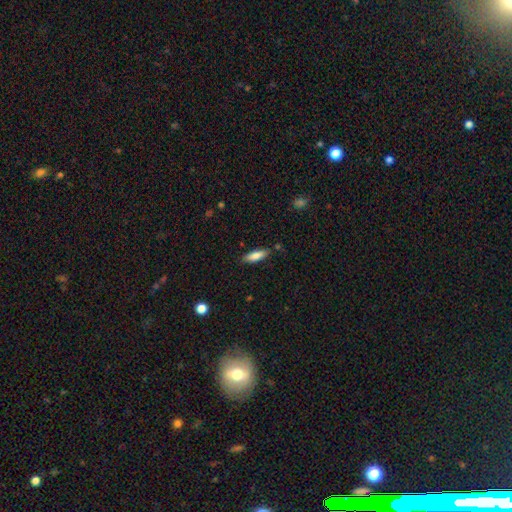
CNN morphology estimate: This appears to be a smooth galaxy with no disk features (81%) that is cigar-shaped (50%). Merging: none (83%).